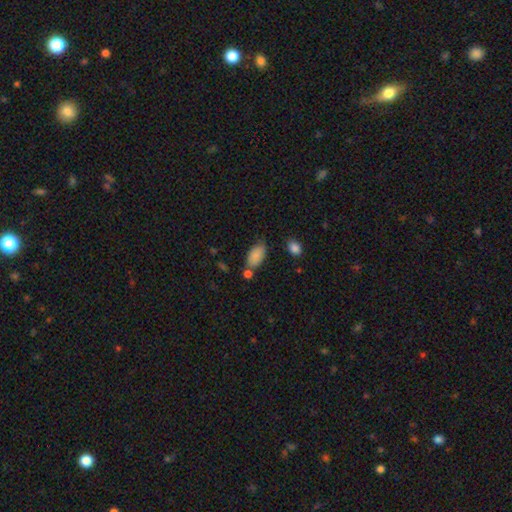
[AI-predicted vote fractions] This appears to be a smooth galaxy with no disk features (86%) that is in between round and cigar-shaped (94%). Merging: none (62%).